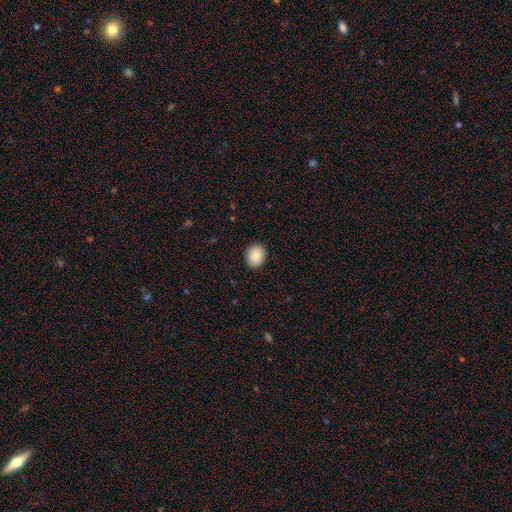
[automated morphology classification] Smooth or featured? Predicted: smooth (p=0.89). How rounded? Predicted: in between (p=0.54). Merging? Predicted: none (p=0.90).